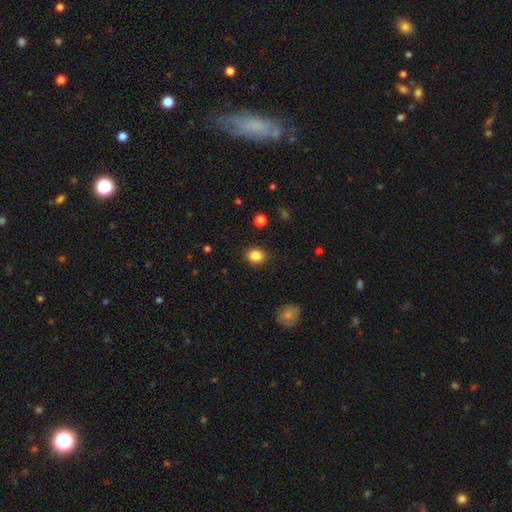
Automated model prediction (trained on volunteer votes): Smooth or featured? Predicted: smooth (p=0.85). How rounded? Predicted: round (p=0.55). Merging? Predicted: none (p=0.89).